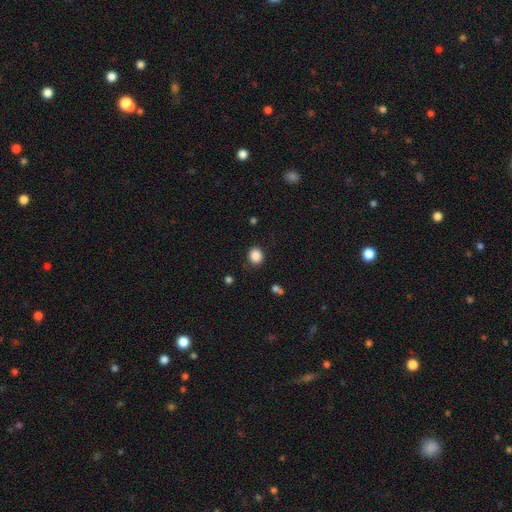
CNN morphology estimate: Smooth or featured? Predicted: smooth (p=0.87). How rounded? Predicted: round (p=0.75). Merging? Predicted: none (p=0.85).